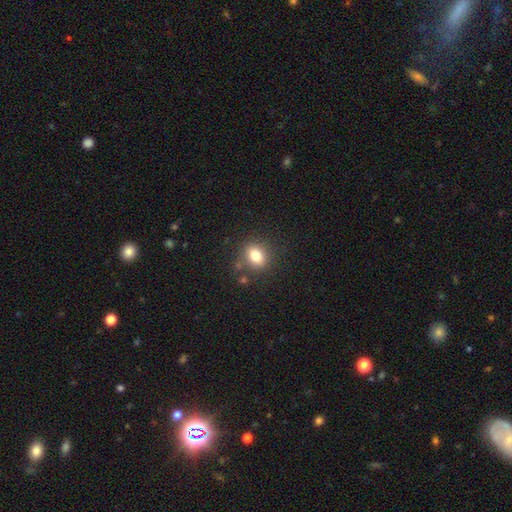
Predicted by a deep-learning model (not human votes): Morphology: type=smooth (80%); roundness=round (52%); merging=none (81%).